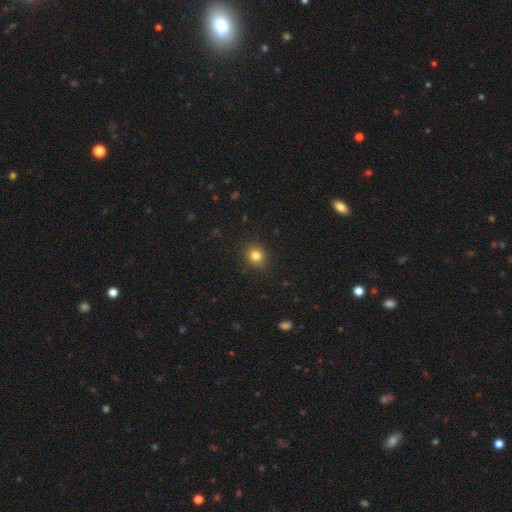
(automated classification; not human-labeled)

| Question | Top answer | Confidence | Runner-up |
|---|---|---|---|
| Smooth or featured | smooth | 82% | star or artifact (12%) |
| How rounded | round | 78% | in between (21%) |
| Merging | none | 87% | minor disturbance (9%) |